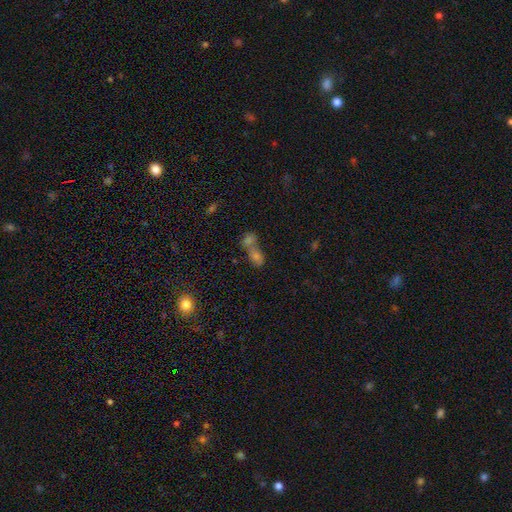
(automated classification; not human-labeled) Overall: smooth (63%). How rounded: in between (72%). Merging: merger (63%; none 26%).